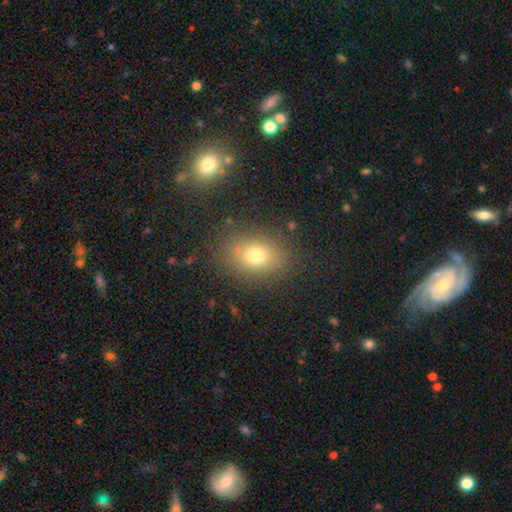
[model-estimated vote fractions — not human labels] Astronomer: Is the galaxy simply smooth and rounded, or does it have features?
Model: smooth — 73%.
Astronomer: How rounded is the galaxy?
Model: in between — 66%.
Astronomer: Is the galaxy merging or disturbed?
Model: none — 81%.